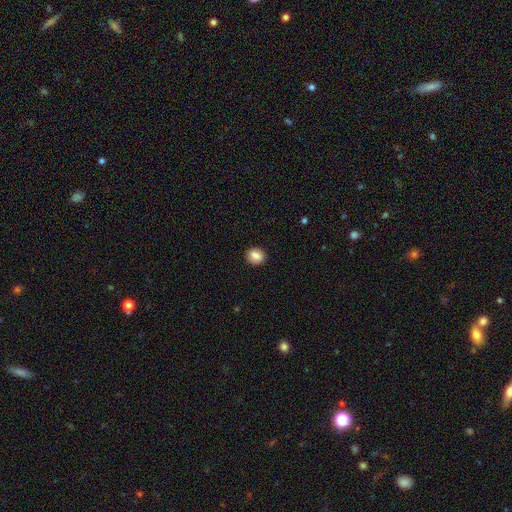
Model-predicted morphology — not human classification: Overall: smooth (85%). How rounded: round (68%; in between 31%). Merging: none (89%).